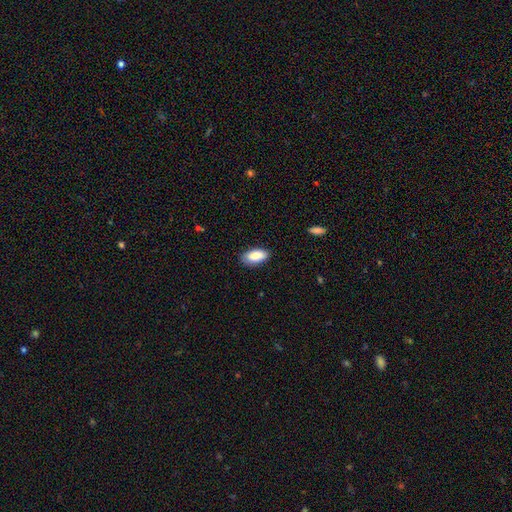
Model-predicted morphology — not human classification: smooth-or-featured: smooth: 87% | featured or disk: 7% | star or artifact: 6%
  how-rounded: in between: 92% | cigar-shaped: 6% | round: 2%
  merging: none: 84% | minor disturbance: 13% | major disturbance: 2% | merger: 1%